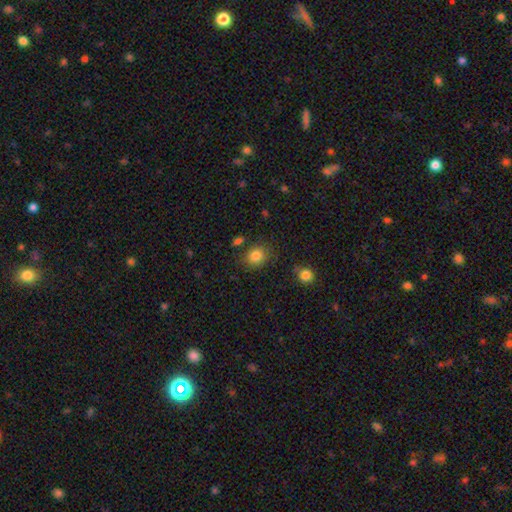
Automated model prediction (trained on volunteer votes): Smooth or featured? Predicted: smooth (p=0.83). How rounded? Predicted: round (p=0.67). Merging? Predicted: none (p=0.79).